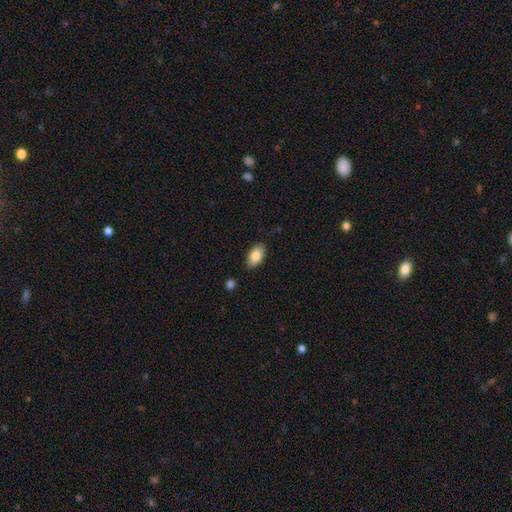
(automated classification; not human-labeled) This appears to be a smooth galaxy with no disk features (84%) that is in between round and cigar-shaped (93%). Merging: none (85%).